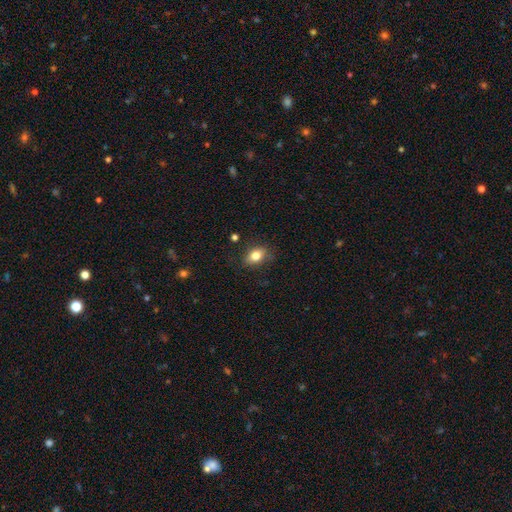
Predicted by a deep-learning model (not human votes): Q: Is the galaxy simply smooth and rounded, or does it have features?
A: smooth — 81%.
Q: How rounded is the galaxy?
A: in between — 77%.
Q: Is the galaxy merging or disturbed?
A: none — 81%.